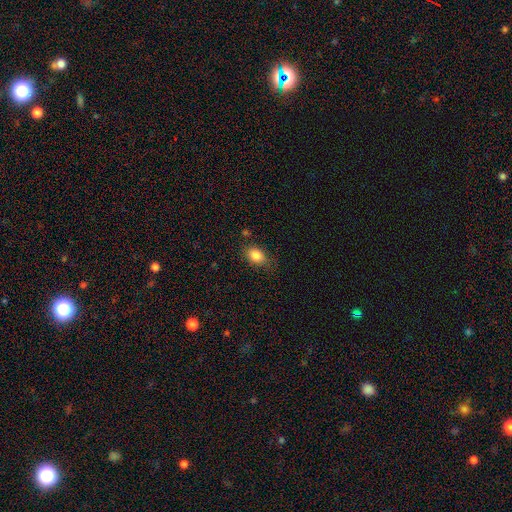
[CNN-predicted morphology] Overall: smooth (84%). How rounded: in between (75%). Merging: none (77%).